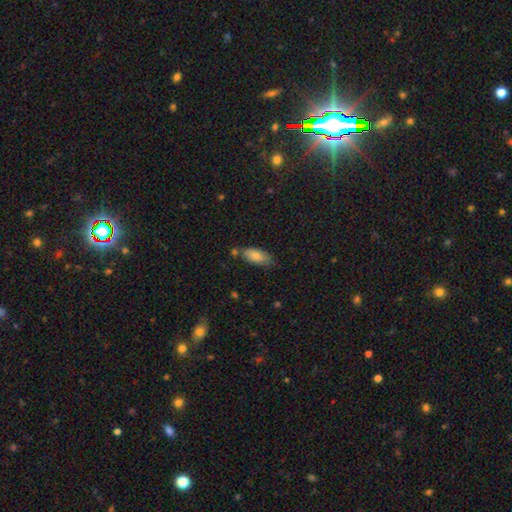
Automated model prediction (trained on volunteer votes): A smooth galaxy with no disk features (82%) that is in between round and cigar-shaped (86%).

Vote fractions:
- Smooth or featured? smooth: 82% / featured or disk: 12% / star or artifact: 7%
- How rounded? in between: 86% / cigar-shaped: 11% / round: 2%
- Merging? none: 68% / minor disturbance: 21% / merger: 7% / major disturbance: 4%